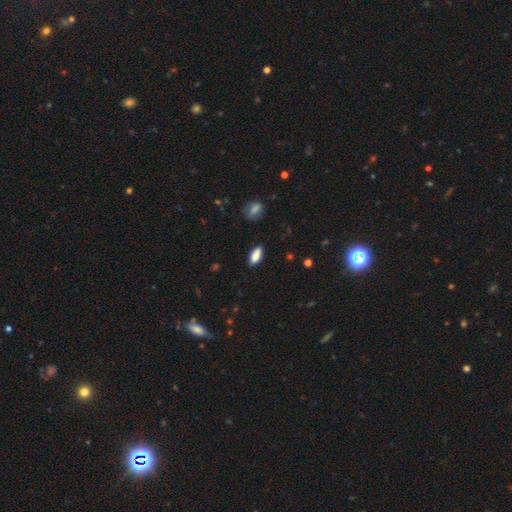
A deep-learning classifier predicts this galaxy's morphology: Overall: smooth (85%). How rounded: in between (78%). Merging: none (86%).